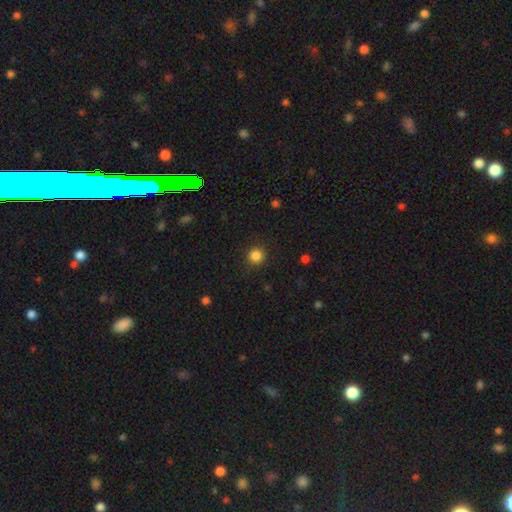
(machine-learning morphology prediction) A smooth galaxy with no disk features (85%) that is round (93%). Merging: none (90%).